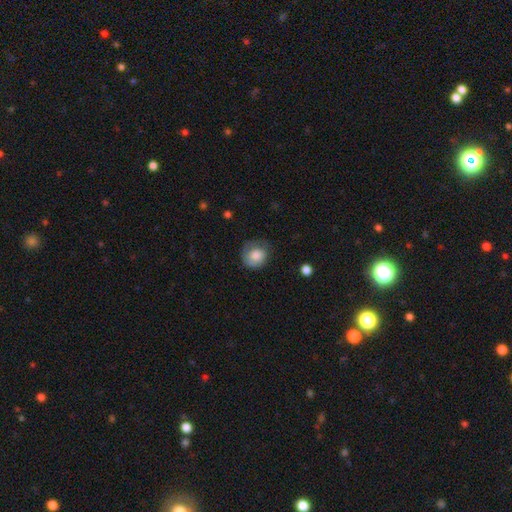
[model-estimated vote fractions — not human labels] Overall: smooth (76%). How rounded: round (82%). Merging: none (58%; minor disturbance 27%).